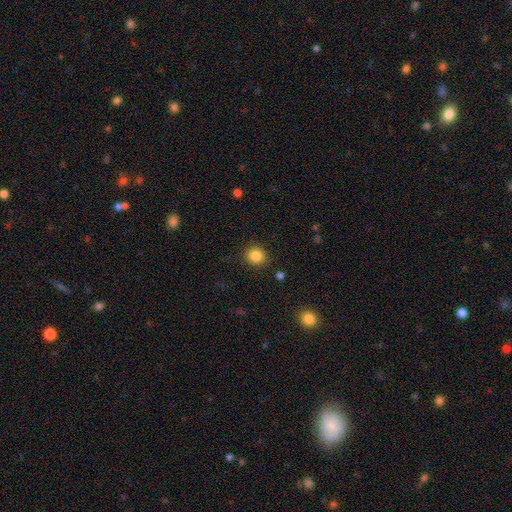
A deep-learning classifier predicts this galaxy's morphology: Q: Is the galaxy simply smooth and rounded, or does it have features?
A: smooth — 85%.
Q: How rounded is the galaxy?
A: round — 89%.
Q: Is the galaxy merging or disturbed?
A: none — 89%.